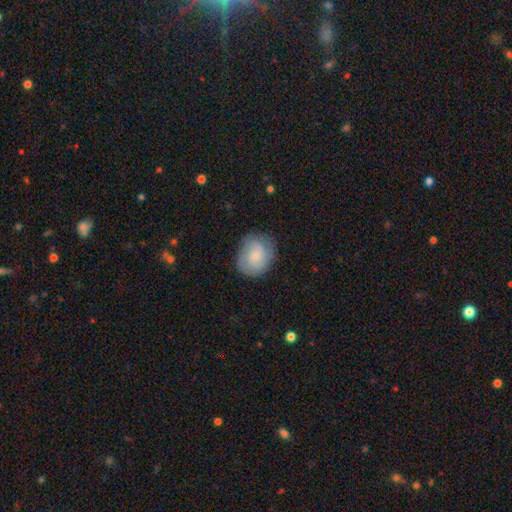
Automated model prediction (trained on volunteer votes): This is possibly a smooth galaxy (50%). How rounded: likely round (62%). Merging: likely none (75%).